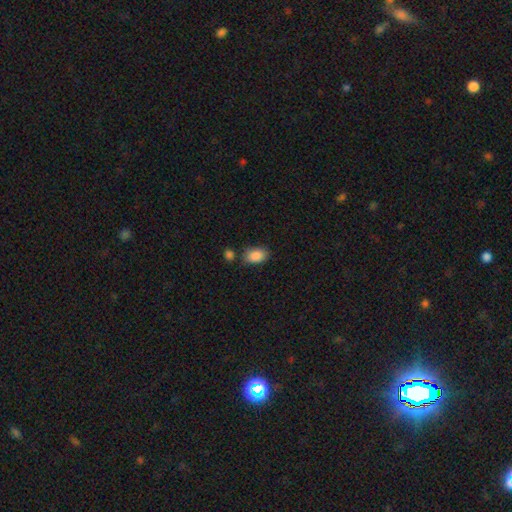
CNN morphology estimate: A smooth galaxy with no disk features (88%) that is in between round and cigar-shaped (89%). Merging: none (72%).